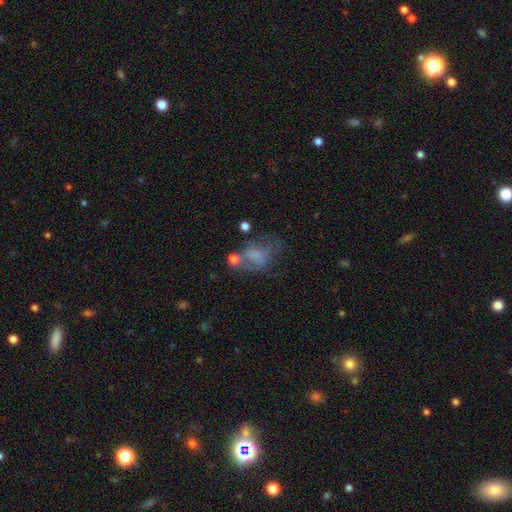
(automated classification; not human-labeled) Smooth or featured? smooth (47%)
Merging? none (31%)